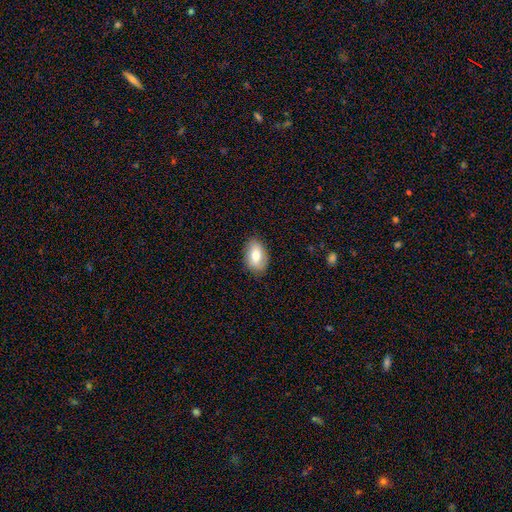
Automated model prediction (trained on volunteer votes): Q: Smooth or featured?
A: smooth (75%); runner-up: featured or disk (18%)
Q: How rounded?
A: in between (90%); runner-up: round (9%)
Q: Merging?
A: none (85%); runner-up: minor disturbance (11%)